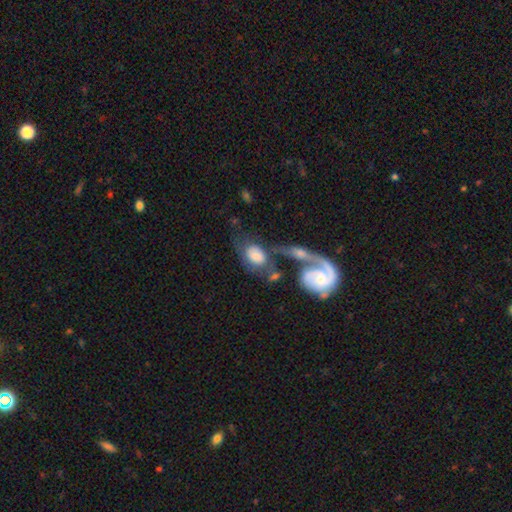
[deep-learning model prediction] This appears to be a smooth galaxy with no disk features (48%). Merging: merger (50%).